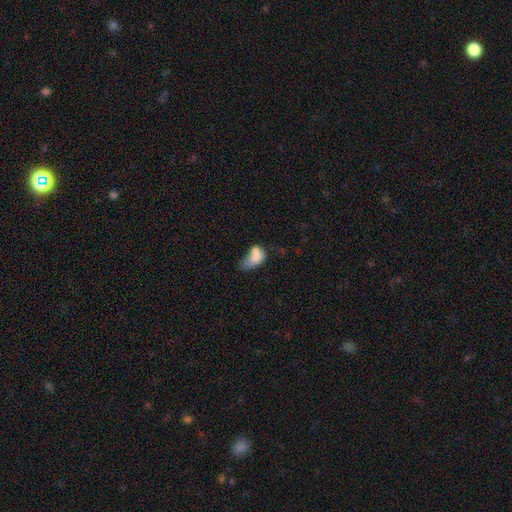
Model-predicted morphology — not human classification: type=smooth (73%); roundness=in between (87%); merging=major disturbance (30%).